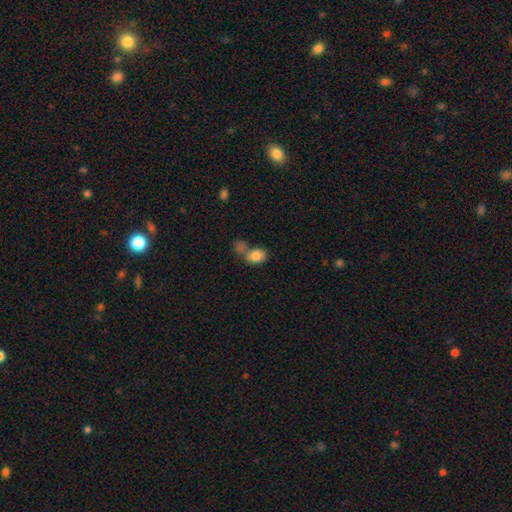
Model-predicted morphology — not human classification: Smooth or featured? smooth (83%)
How rounded? in between (77%)
Merging? merger (42%)